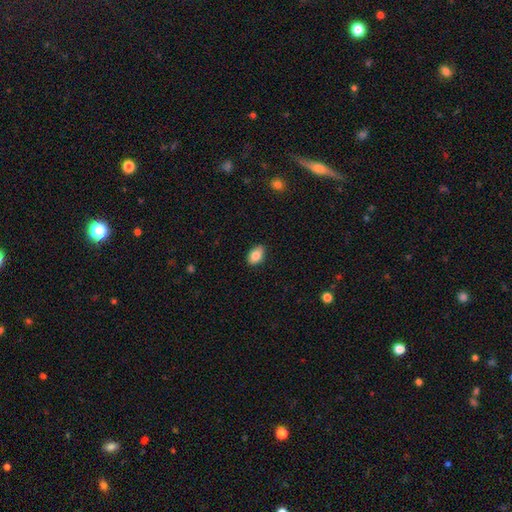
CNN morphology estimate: This is clearly a smooth galaxy (85%). How rounded: clearly in between (90%). Merging: clearly none (86%).